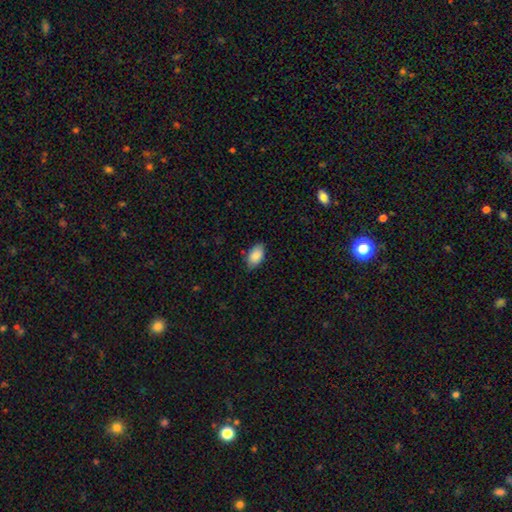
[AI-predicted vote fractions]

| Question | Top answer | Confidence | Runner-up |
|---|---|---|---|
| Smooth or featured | smooth | 89% | star or artifact (7%) |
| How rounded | in between | 94% | round (4%) |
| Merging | none | 82% | minor disturbance (14%) |